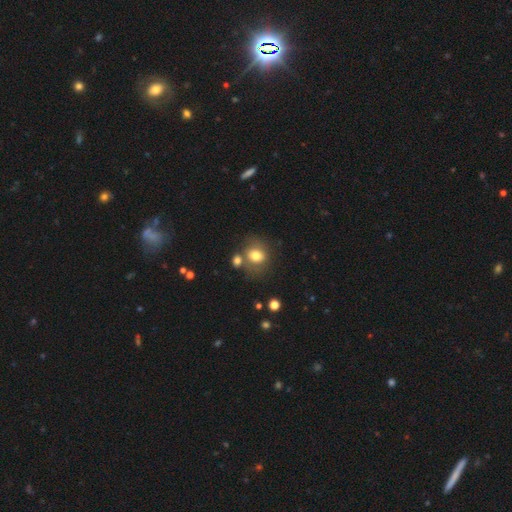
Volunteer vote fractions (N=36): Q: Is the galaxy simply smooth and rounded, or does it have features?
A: smooth — 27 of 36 (75%).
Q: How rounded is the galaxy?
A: round — 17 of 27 (63%).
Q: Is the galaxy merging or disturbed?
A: none — 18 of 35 (51%).